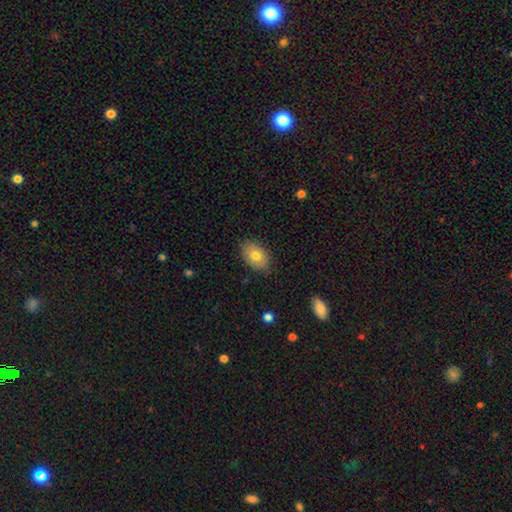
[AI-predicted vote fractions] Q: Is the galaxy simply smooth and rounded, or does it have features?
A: smooth — 78%.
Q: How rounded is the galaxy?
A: in between — 86%.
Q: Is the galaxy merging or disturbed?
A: none — 83%.